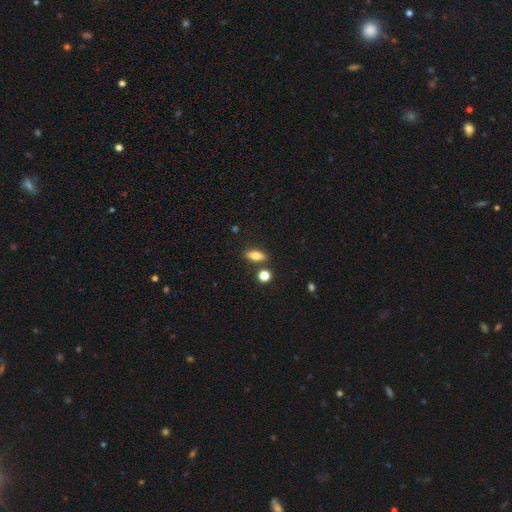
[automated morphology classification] type=smooth (72%); roundness=in between (71%); merging=none (80%).